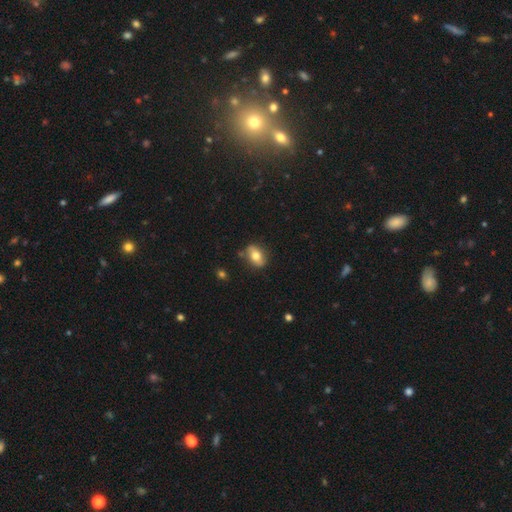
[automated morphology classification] type=smooth (69%); roundness=in between (82%); merging=none (79%).